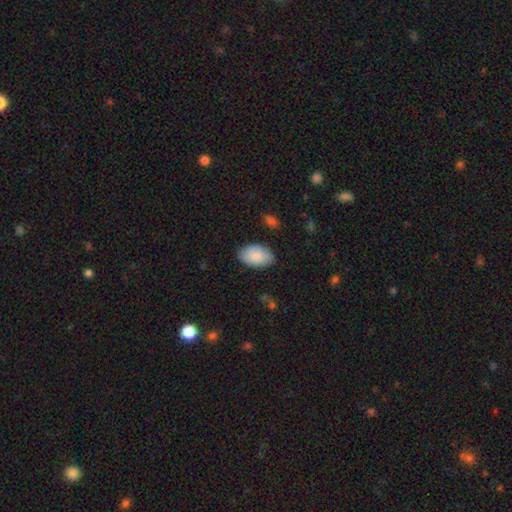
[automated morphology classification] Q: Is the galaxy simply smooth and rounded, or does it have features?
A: smooth — 86%.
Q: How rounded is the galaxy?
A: in between — 93%.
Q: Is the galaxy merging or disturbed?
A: none — 81%.